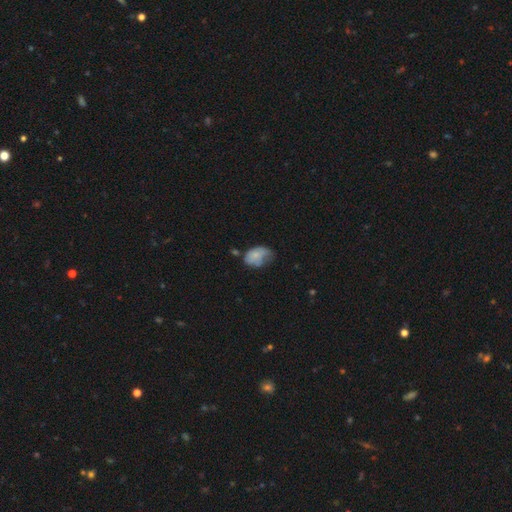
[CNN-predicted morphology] A smooth galaxy with no disk features (68%) that is in between round and cigar-shaped (82%).

Vote fractions:
- Smooth or featured? smooth: 68% / featured or disk: 24% / star or artifact: 9%
- How rounded? in between: 82% / round: 17% / cigar-shaped: 1%
- Merging? minor disturbance: 41% / none: 28% / major disturbance: 24% / merger: 6%